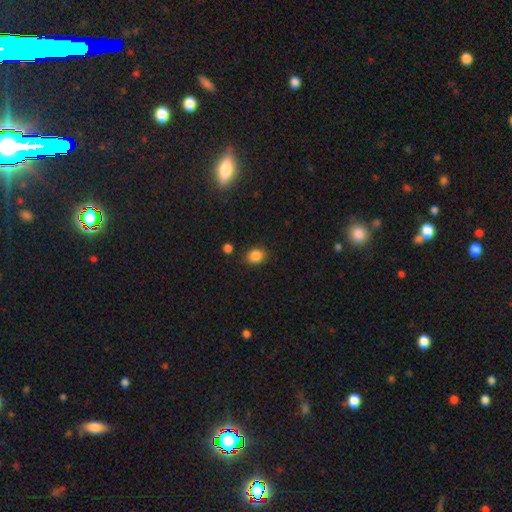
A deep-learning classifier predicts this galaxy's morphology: This is clearly a smooth galaxy (85%). How rounded: likely round (62%). Merging: clearly none (82%).